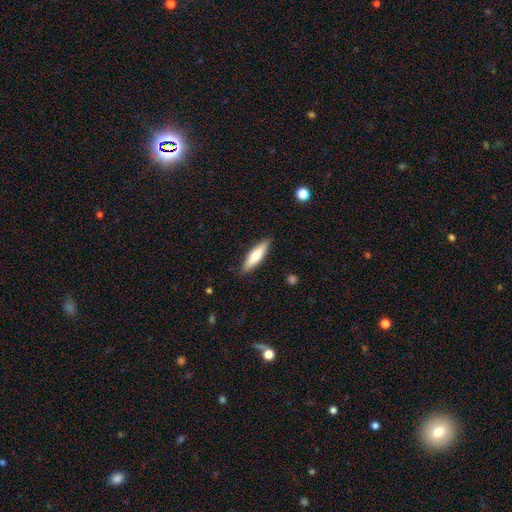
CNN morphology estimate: Q: Smooth or featured?
A: smooth (64%); runner-up: featured or disk (31%)
Q: How rounded?
A: cigar-shaped (66%); runner-up: in between (33%)
Q: Merging?
A: none (88%); runner-up: minor disturbance (9%)